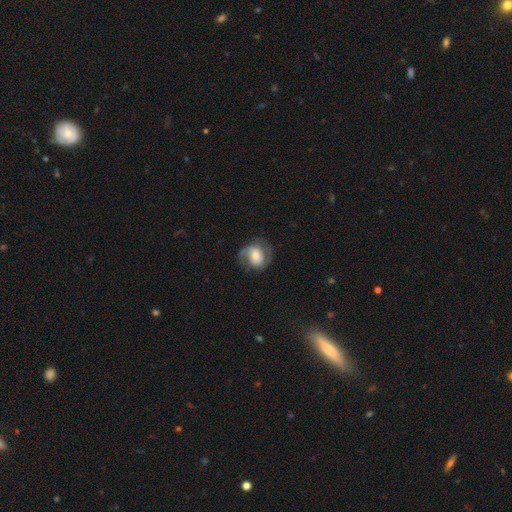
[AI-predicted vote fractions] smooth_or_featured: featured or disk (p=0.62) [alt: smooth p=0.30]
disk_edge_on: no (p=0.97) [alt: yes p=0.03]
bar: no (p=0.50) [alt: weak p=0.35]
has_spiral_arms: yes (p=0.89) [alt: no p=0.11]
spiral_winding: medium (p=0.47) [alt: loose p=0.28]
spiral_arm_count: 2 (p=0.82) [alt: 1 p=0.08]
bulge_size: moderate (p=0.35) [alt: large p=0.27]
merging: none (p=0.65) [alt: minor disturbance p=0.20]